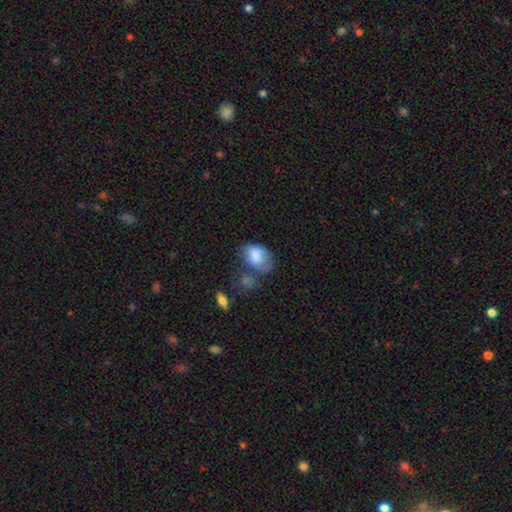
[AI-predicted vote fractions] A smooth galaxy with no disk features (79%) that is in between round and cigar-shaped (82%). Merging: none (32%).